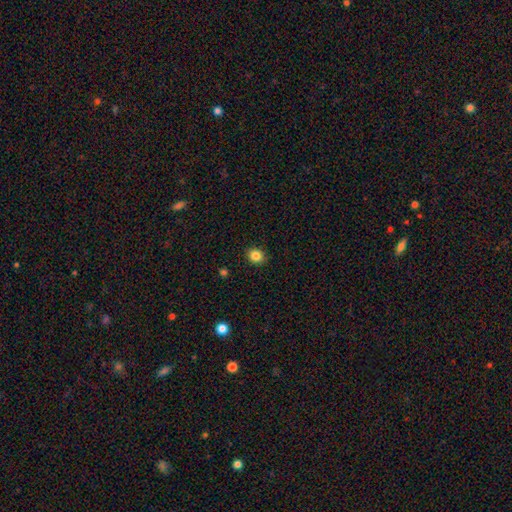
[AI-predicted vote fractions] Smooth or featured? Predicted: smooth (p=0.84). How rounded? Predicted: round (p=0.73). Merging? Predicted: none (p=0.90).